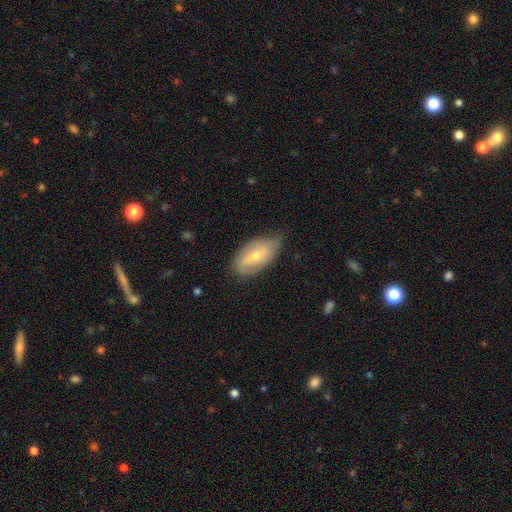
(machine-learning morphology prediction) Q: Smooth or featured?
A: featured or disk (55%); runner-up: smooth (38%)
Q: Edge-on disk?
A: no (91%); runner-up: yes (9%)
Q: Merging?
A: none (65%); runner-up: minor disturbance (28%)